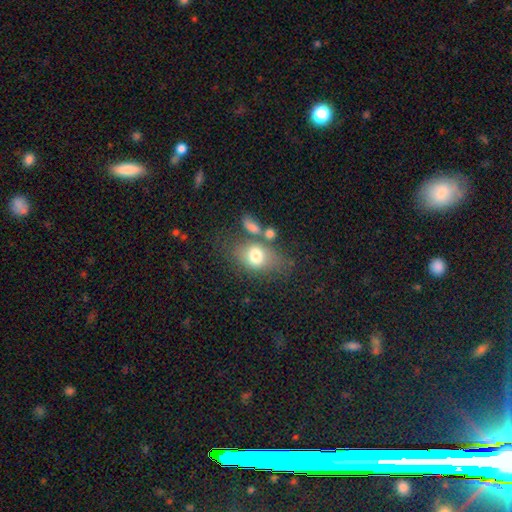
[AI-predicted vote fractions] Smooth or featured?
  - smooth: 71% *
  - featured or disk: 19%
  - star or artifact: 10%
How rounded?
  - in between: 71% *
  - round: 27%
  - cigar-shaped: 2%
Merging?
  - none: 47% *
  - merger: 21%
  - minor disturbance: 19%
  - major disturbance: 13%